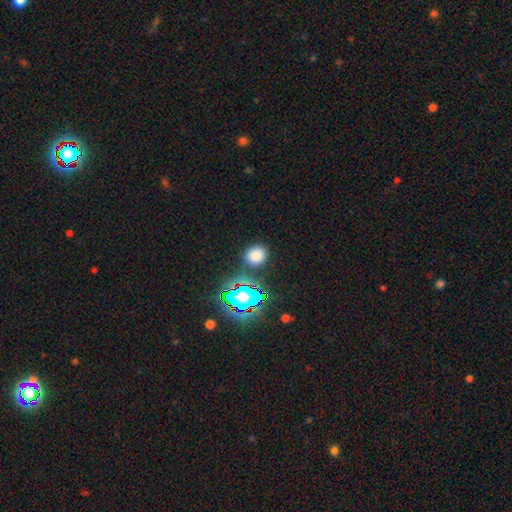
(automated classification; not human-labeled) smooth 75%, star or artifact 20%, featured or disk 6%. Down the decision tree: how rounded — round (79%); merging — none (85%).